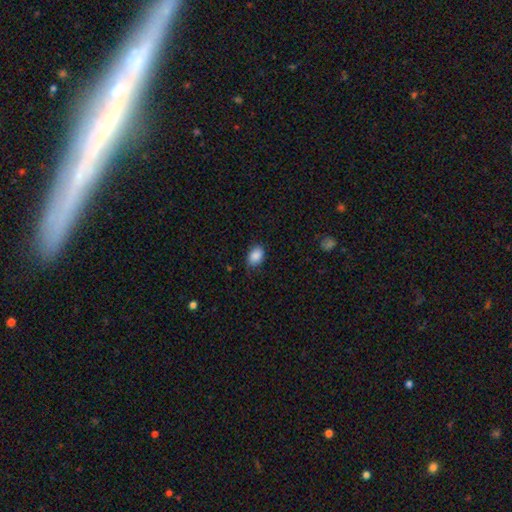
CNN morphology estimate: Smooth or featured: smooth — 88% (star or artifact — 8%)
How rounded: in between — 83% (round — 16%)
Merging: none — 77% (minor disturbance — 19%)